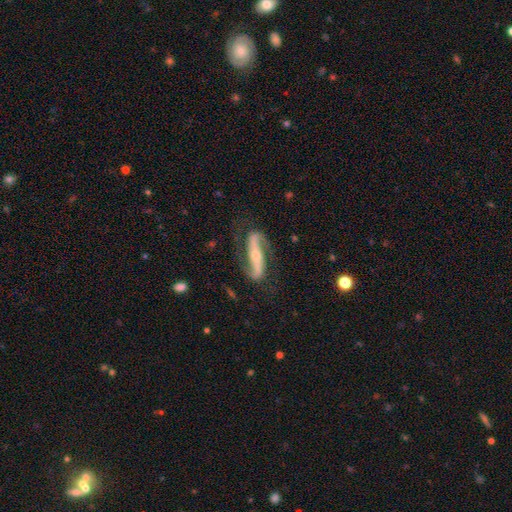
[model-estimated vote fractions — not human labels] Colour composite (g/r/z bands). It shows a featured or disk galaxy (87%) with a strong bar (58%), 2 (92%) loose (45%) spiral arms (96%) and a small central bulge (56%). Merging: none (76%).